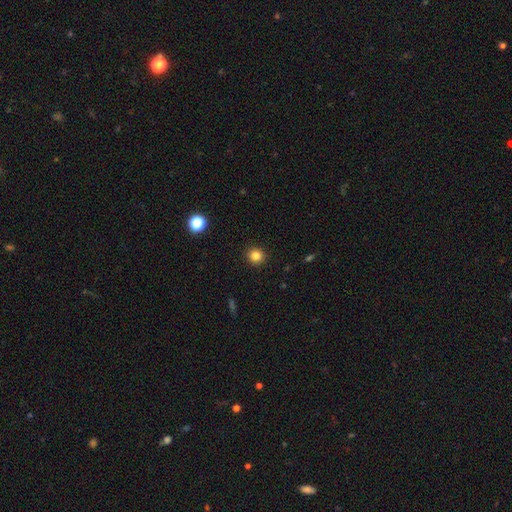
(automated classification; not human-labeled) Smooth or featured: smooth — 83% (star or artifact — 12%)
How rounded: round — 92% (in between — 7%)
Merging: none — 93% (minor disturbance — 5%)